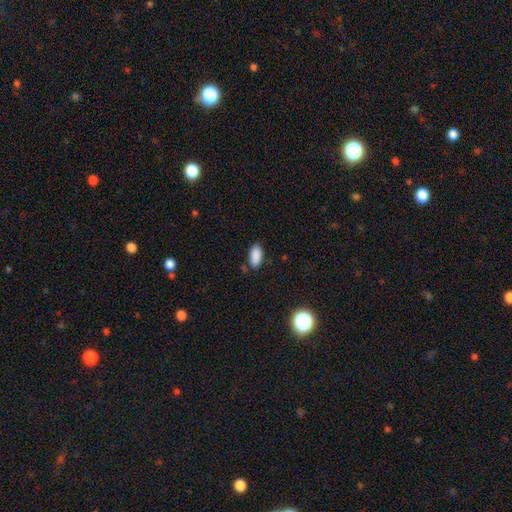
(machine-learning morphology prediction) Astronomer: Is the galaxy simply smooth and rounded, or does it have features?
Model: smooth — 88%.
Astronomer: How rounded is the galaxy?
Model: in between — 92%.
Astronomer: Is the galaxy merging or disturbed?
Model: none — 81%.